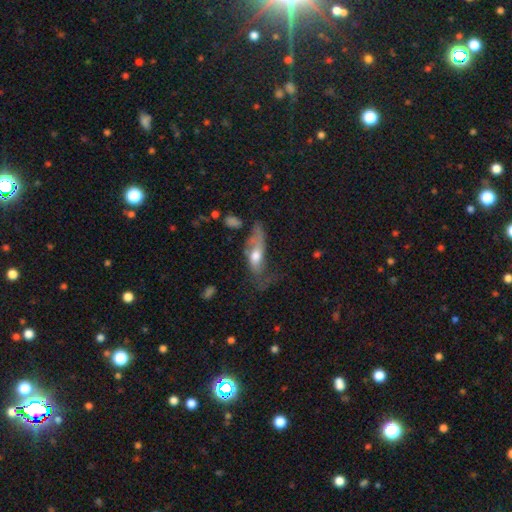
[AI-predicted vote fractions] Smooth or featured?
  - smooth: 47% *
  - featured or disk: 45%
  - star or artifact: 7%
Merging?
  - major disturbance: 36% *
  - none: 30%
  - minor disturbance: 26%
  - merger: 8%